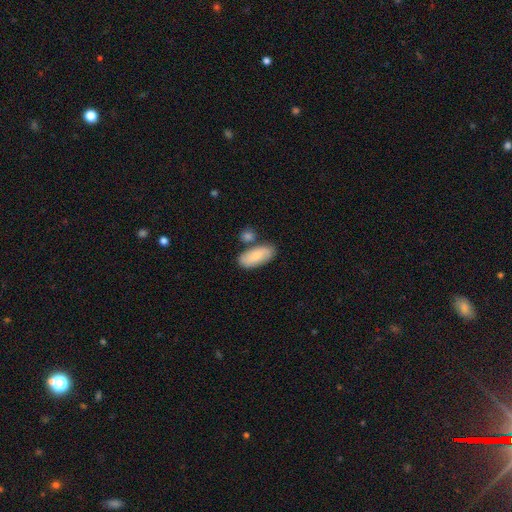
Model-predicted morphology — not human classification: The model was most divided on "merging": none: 66%, merger: 16%, minor disturbance: 14%, major disturbance: 3%. More confident: how rounded — in between (89%); smooth or featured — smooth (76%).